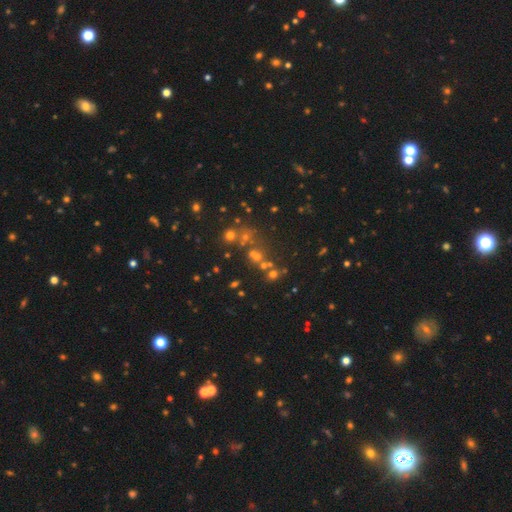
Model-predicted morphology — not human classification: This appears to be a star or artifact, not a galaxy (45%).